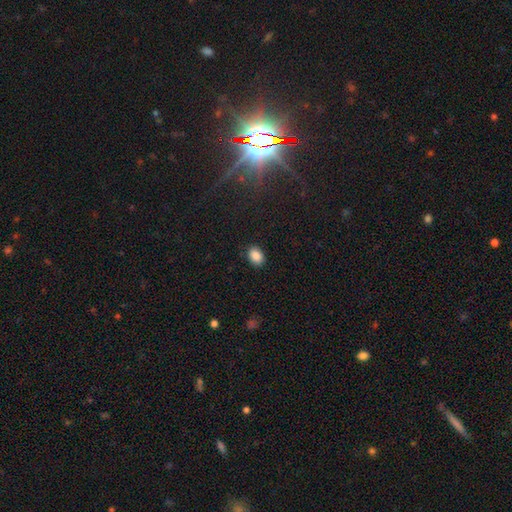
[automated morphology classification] smooth 88%, star or artifact 8%, featured or disk 3%. Down the decision tree: how rounded — in between (71%); merging — none (87%).